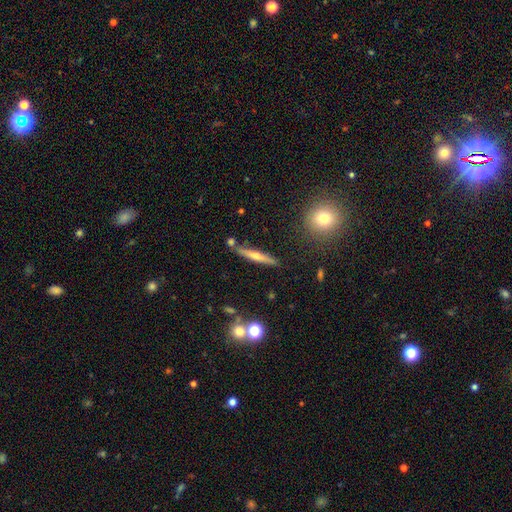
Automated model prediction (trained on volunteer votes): smooth-or-featured: featured or disk: 56% | smooth: 35% | star or artifact: 9%
  disk-edge-on: yes: 95% | no: 5%
    edge-on-bulge: rounded: 79% | none: 16% | boxy: 5%
  merging: none: 83% | minor disturbance: 9% | merger: 6% | major disturbance: 2%